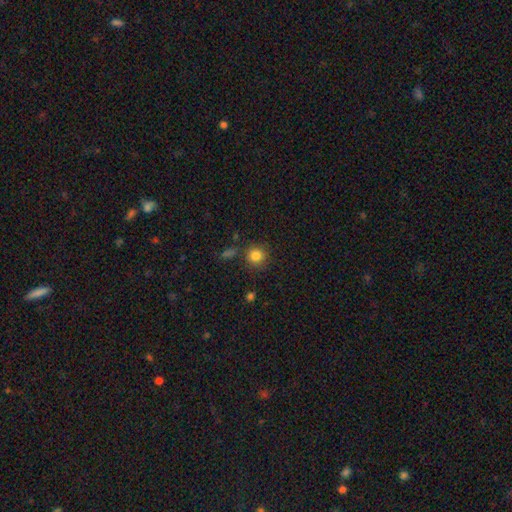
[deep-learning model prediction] Morphology: type=smooth (84%); roundness=round (91%); merging=none (83%).